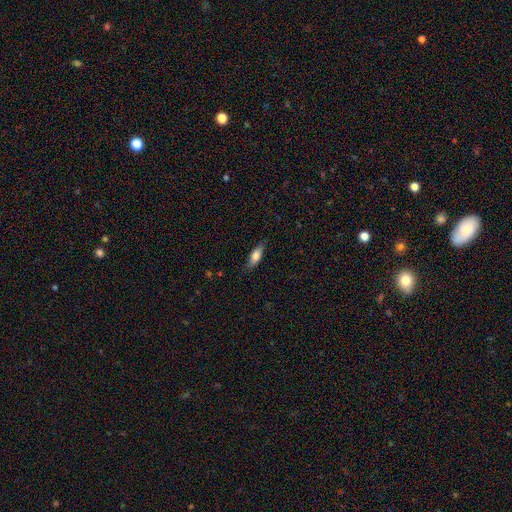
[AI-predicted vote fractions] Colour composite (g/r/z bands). It shows a smooth galaxy with no disk features (71%) that is in between round and cigar-shaped (61%). Merging: none (80%).